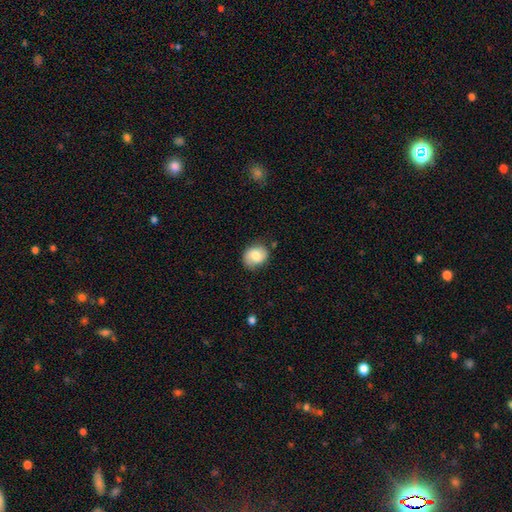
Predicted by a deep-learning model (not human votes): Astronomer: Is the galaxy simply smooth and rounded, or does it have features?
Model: smooth — 72%.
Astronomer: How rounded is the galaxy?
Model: round — 56% (runner-up: in between, 43%).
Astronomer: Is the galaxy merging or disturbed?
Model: none — 74%.